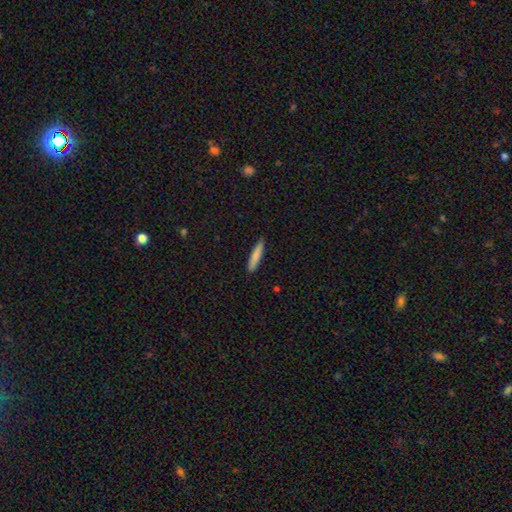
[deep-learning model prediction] smooth 82%, featured or disk 12%, star or artifact 6%. Down the decision tree: how rounded — cigar-shaped (91%); merging — none (89%).